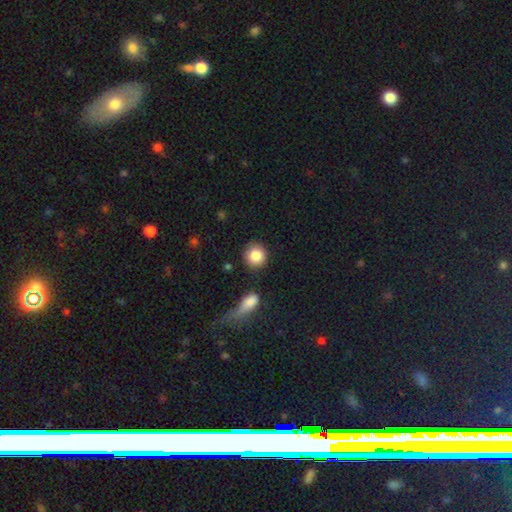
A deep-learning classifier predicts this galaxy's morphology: A smooth galaxy with no disk features (86%) that is round (89%).

Vote fractions:
- Smooth or featured? smooth: 86% / star or artifact: 8% / featured or disk: 7%
- How rounded? round: 89% / in between: 9% / cigar-shaped: 1%
- Merging? none: 81% / minor disturbance: 10% / merger: 6% / major disturbance: 3%